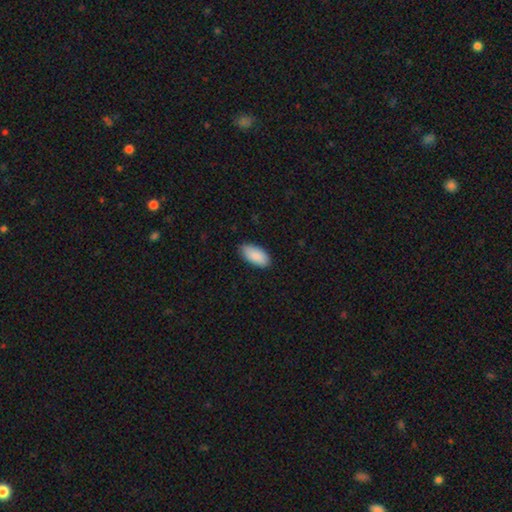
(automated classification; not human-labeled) This is clearly a smooth galaxy (90%). How rounded: clearly in between (93%). Merging: clearly none (82%).